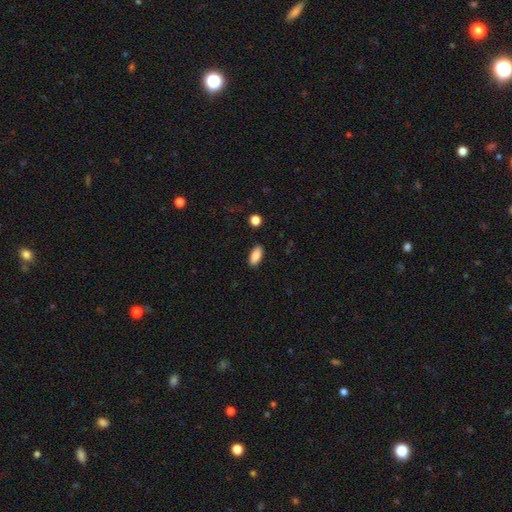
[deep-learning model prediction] Smooth or featured? smooth (87%)
How rounded? in between (86%)
Merging? none (88%)